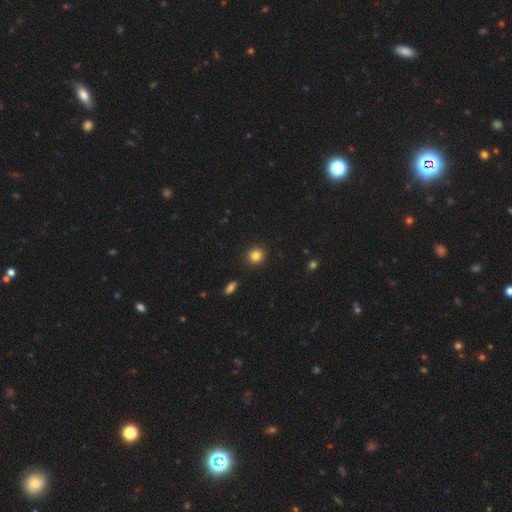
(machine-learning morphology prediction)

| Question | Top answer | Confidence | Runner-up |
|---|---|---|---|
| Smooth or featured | smooth | 84% | star or artifact (11%) |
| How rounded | round | 89% | in between (10%) |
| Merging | none | 92% | minor disturbance (5%) |